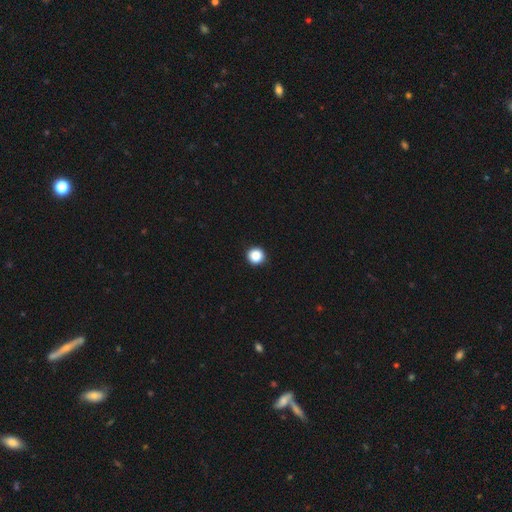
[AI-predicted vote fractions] This is clearly a smooth galaxy (87%). How rounded: clearly round (95%). Merging: clearly none (92%).